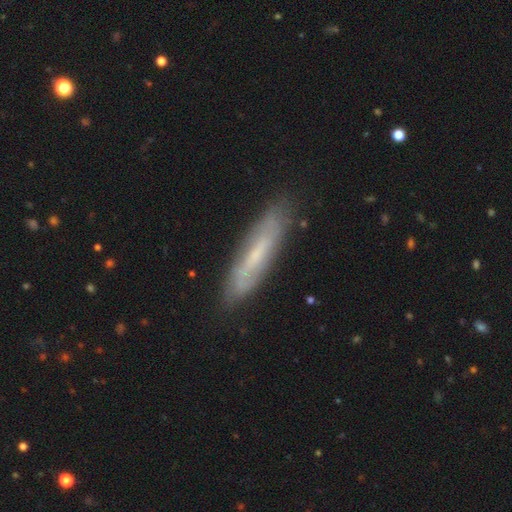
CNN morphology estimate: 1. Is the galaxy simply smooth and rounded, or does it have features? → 51% featured or disk, 41% smooth, 8% star or artifact.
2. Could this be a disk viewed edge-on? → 54% yes, 46% no.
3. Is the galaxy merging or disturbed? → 82% none, 13% minor disturbance, 3% major disturbance, 2% merger.